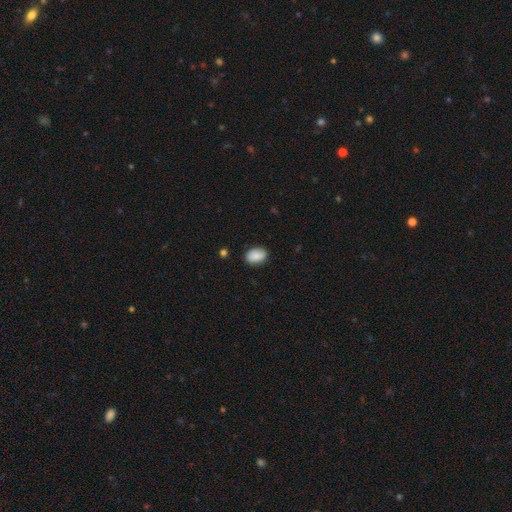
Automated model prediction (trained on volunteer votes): Smooth or featured: smooth — 85% (featured or disk — 8%)
How rounded: in between — 81% (round — 18%)
Merging: none — 81% (minor disturbance — 15%)